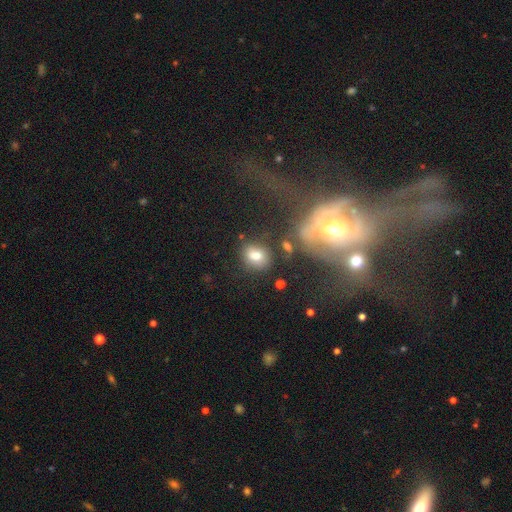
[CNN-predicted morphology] A smooth galaxy with no disk features (76%) that is in between round and cigar-shaped (50%). Merging: none (67%).